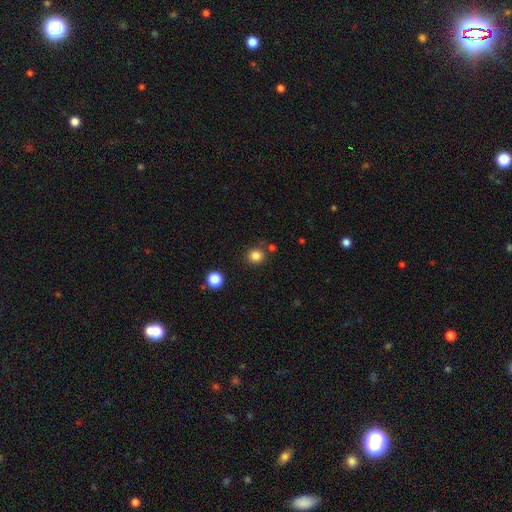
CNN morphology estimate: Smooth or featured?
  - smooth: 83% *
  - star or artifact: 12%
  - featured or disk: 4%
How rounded?
  - round: 87% *
  - in between: 12%
  - cigar-shaped: 1%
Merging?
  - none: 81% *
  - minor disturbance: 9%
  - merger: 7%
  - major disturbance: 3%